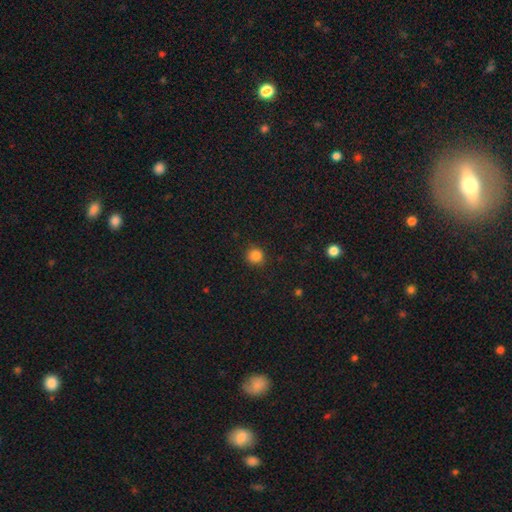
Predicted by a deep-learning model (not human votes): This appears to be a smooth galaxy with no disk features (85%) that is round (92%). Merging: none (89%).